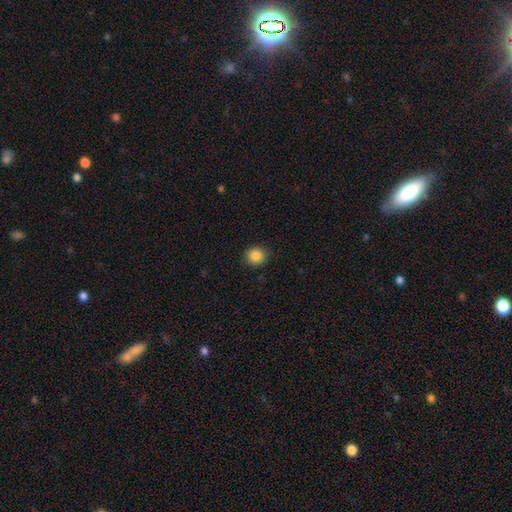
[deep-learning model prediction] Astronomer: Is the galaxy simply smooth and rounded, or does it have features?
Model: smooth — 86%.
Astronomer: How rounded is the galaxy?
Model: round — 82%.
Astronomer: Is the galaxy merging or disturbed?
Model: none — 89%.